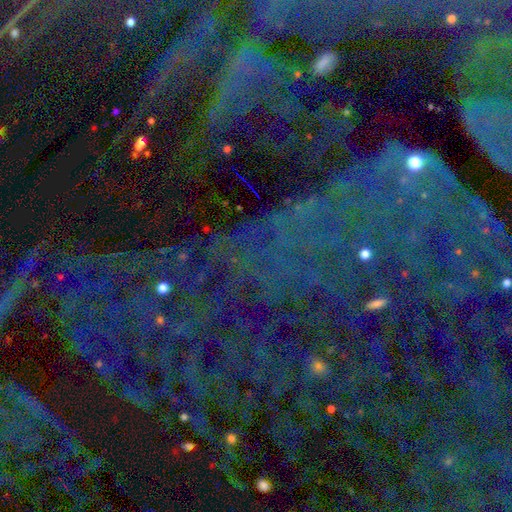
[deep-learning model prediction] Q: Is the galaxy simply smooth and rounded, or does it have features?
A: star or artifact — 85%.